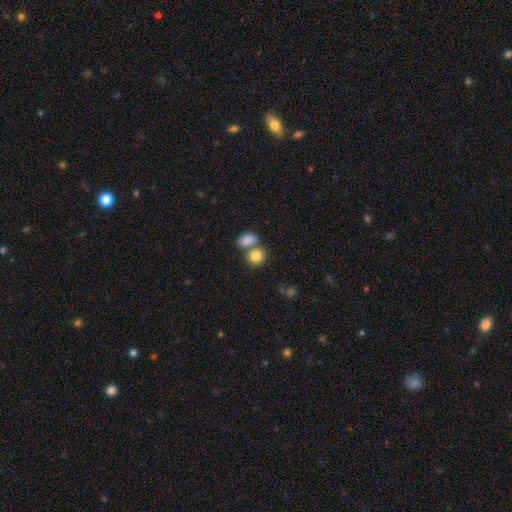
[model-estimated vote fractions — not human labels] Morphology: type=smooth (84%); roundness=round (67%); merging=none (46%).